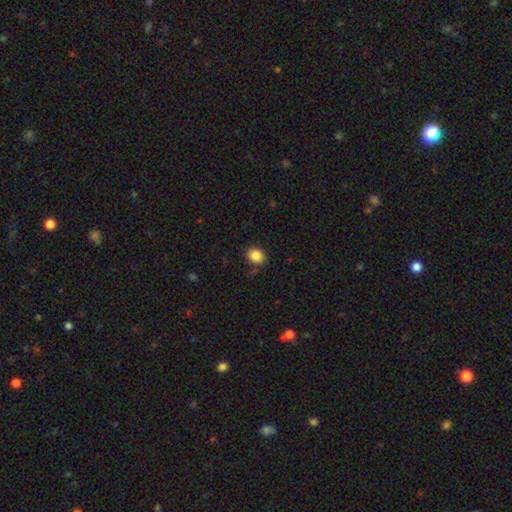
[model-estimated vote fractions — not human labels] Morphology: type=smooth (86%); roundness=round (58%); merging=none (83%).